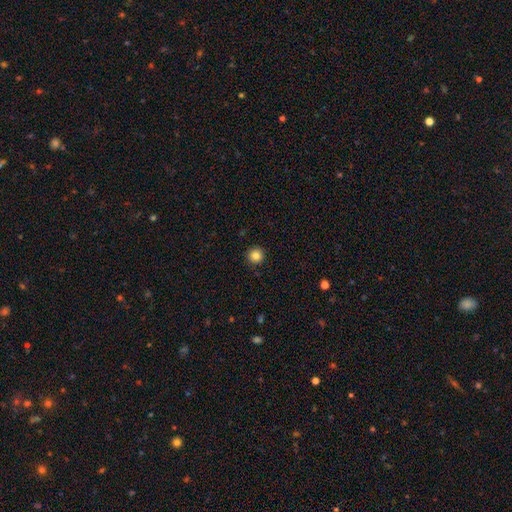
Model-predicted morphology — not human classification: The model was most divided on "smooth or featured": smooth: 84%, star or artifact: 11%, featured or disk: 5%. More confident: how rounded — round (96%); merging — none (92%).